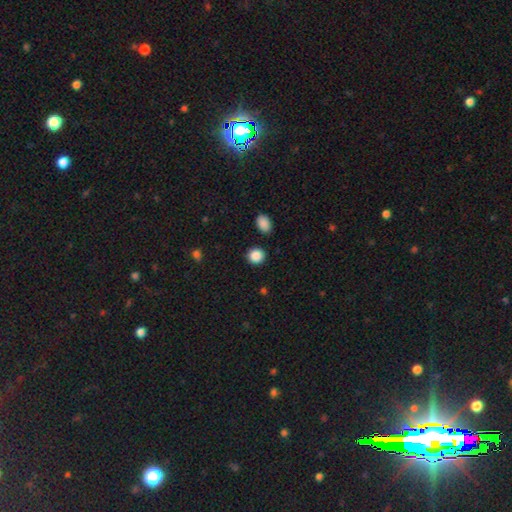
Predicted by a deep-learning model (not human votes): A smooth galaxy with no disk features (88%) that is round (86%).

Vote fractions:
- Smooth or featured? smooth: 88% / star or artifact: 9% / featured or disk: 3%
- How rounded? round: 86% / in between: 13% / cigar-shaped: 1%
- Merging? none: 89% / minor disturbance: 6% / merger: 3% / major disturbance: 2%